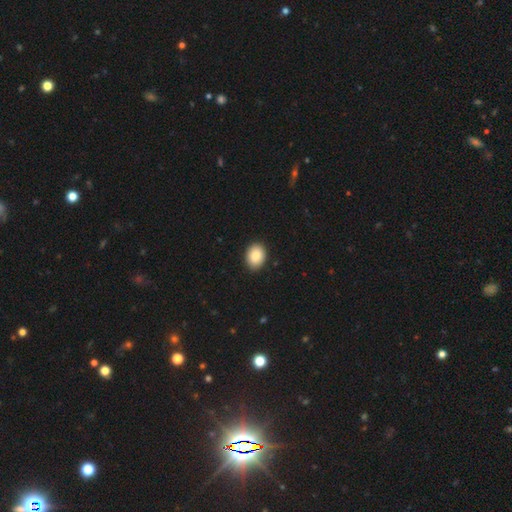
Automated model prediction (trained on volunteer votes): Smooth or featured: smooth — 87% (star or artifact — 7%)
How rounded: in between — 65% (round — 34%)
Merging: none — 90% (minor disturbance — 7%)